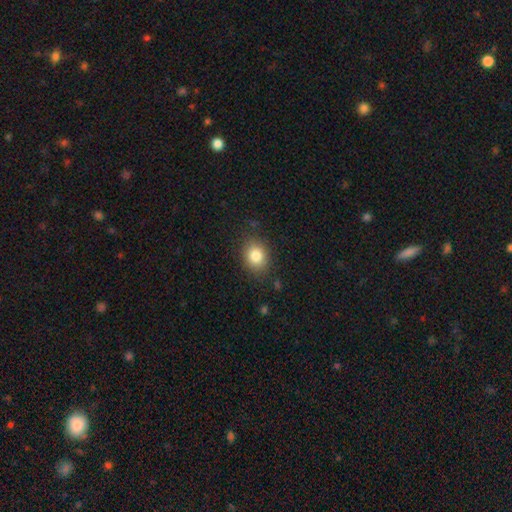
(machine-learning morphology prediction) The model was most divided on "how rounded": in between: 50%, round: 49%, cigar-shaped: 1%. More confident: smooth or featured — smooth (83%); merging — none (83%).